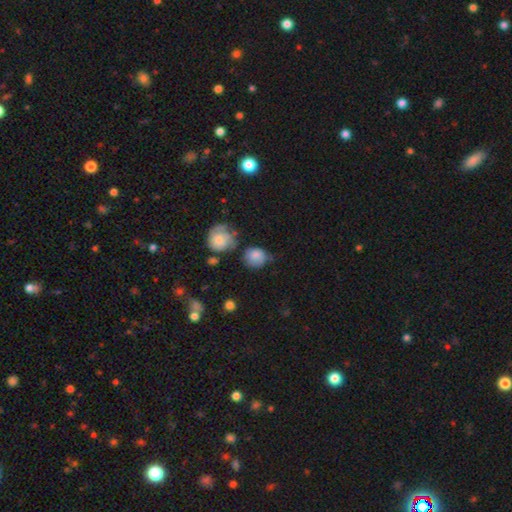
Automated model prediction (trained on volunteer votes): smooth-or-featured: smooth: 78% | featured or disk: 13% | star or artifact: 8%
  how-rounded: round: 80% | in between: 19% | cigar-shaped: 1%
  merging: none: 53% | minor disturbance: 27% | major disturbance: 11% | merger: 9%